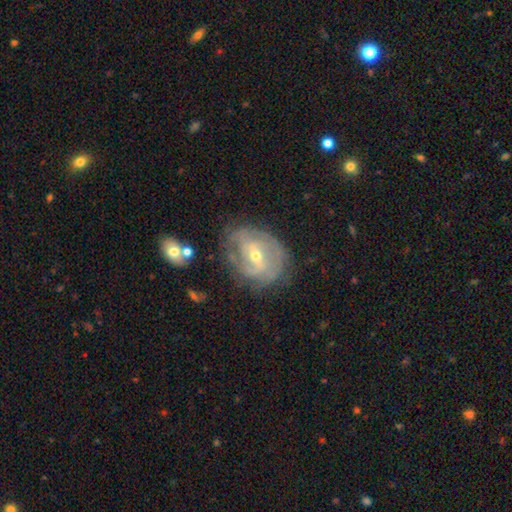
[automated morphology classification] Smooth or featured? Predicted: featured or disk (p=0.80). Edge-on disk? Predicted: no (p=0.96). Bar? Predicted: weak (p=0.48). Spiral arms? Predicted: yes (p=0.83). Spiral winding? Predicted: tight (p=0.55). Spiral arm count? Predicted: can't tell (p=0.38). Bulge size? Predicted: moderate (p=0.49). Merging? Predicted: none (p=0.65).